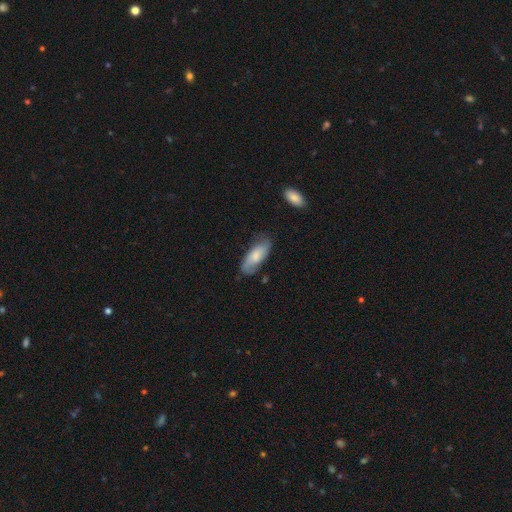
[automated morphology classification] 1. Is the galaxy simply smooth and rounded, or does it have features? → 63% smooth, 30% featured or disk, 6% star or artifact.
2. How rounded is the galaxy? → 78% in between, 20% cigar-shaped, 2% round.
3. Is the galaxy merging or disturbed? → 65% none, 25% minor disturbance, 7% major disturbance, 2% merger.